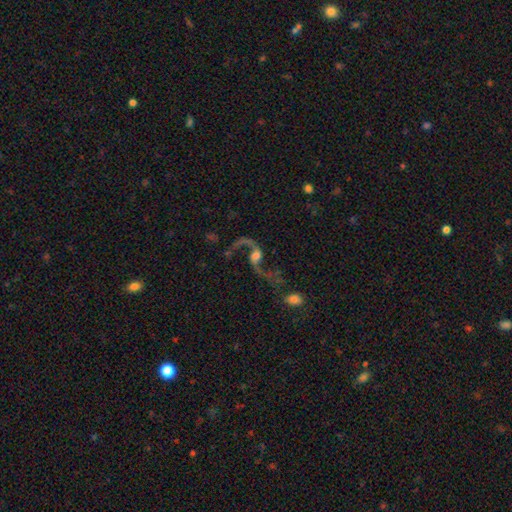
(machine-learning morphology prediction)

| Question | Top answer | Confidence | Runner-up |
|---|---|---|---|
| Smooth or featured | featured or disk | 87% | star or artifact (7%) |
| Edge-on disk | no | 95% | yes (5%) |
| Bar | no | 52% | weak (34%) |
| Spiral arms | yes | 95% | no (5%) |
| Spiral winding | loose | 91% | medium (7%) |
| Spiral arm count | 2 | 92% | 1 (3%) |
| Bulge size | moderate | 43% | large (23%) |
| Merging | none | 56% | major disturbance (19%) |